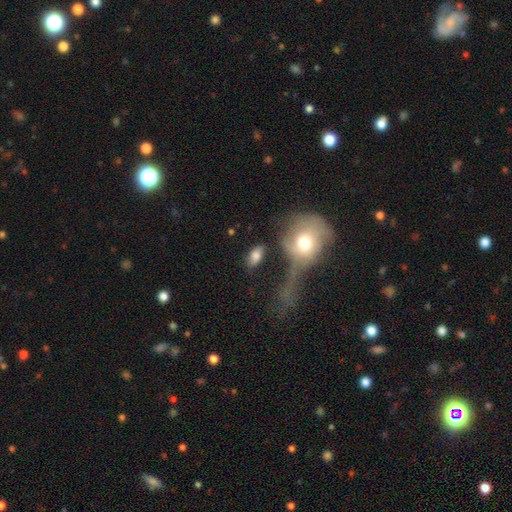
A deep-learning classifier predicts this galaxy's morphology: This is likely a smooth galaxy (73%). How rounded: clearly in between (85%). Merging: possibly none (51%).